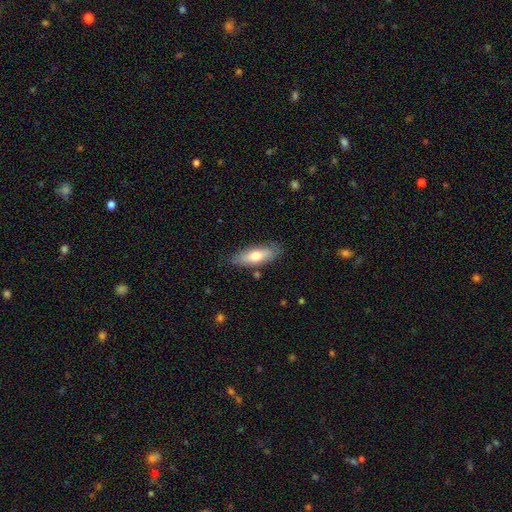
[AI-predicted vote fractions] This is likely a smooth galaxy (68%). How rounded: likely in between (61%). Merging: clearly none (82%).